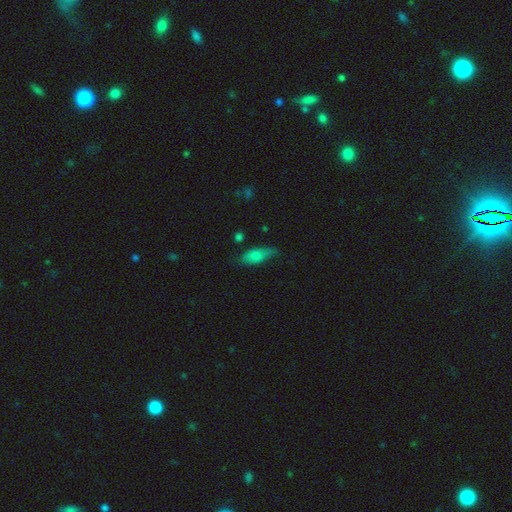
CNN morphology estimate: This is likely a smooth galaxy (76%). How rounded: likely in between (76%). Merging: possibly none (53%).